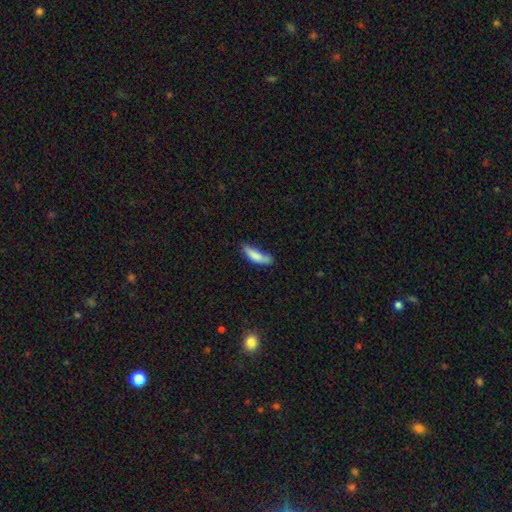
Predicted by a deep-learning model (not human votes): Q: Smooth or featured?
A: smooth (80%); runner-up: featured or disk (13%)
Q: How rounded?
A: cigar-shaped (61%); runner-up: in between (38%)
Q: Merging?
A: none (47%); runner-up: minor disturbance (34%)